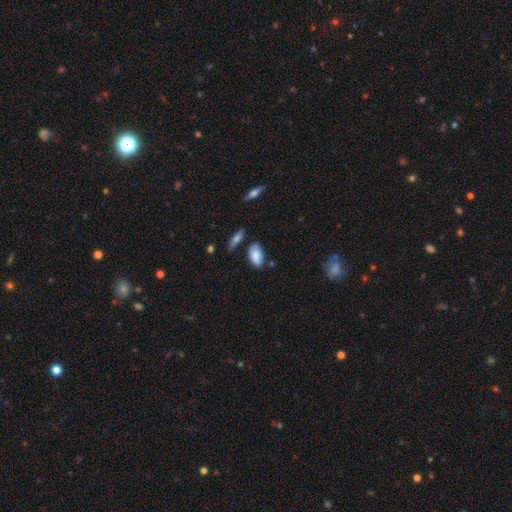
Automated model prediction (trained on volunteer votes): Smooth or featured: smooth — 86% (featured or disk — 7%)
How rounded: in between — 93% (round — 3%)
Merging: none — 69% (minor disturbance — 21%)